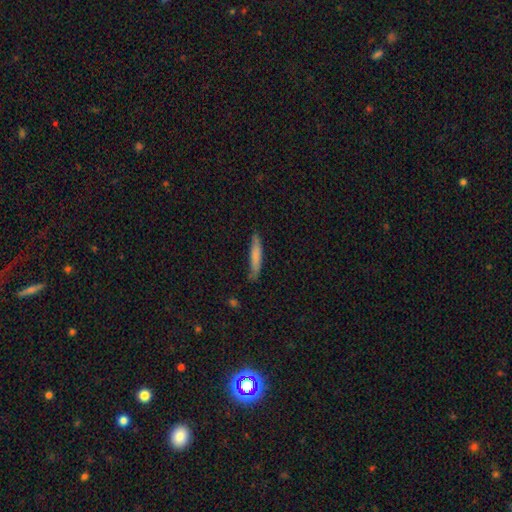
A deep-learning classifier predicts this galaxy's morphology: smooth-or-featured: smooth: 77% | featured or disk: 17% | star or artifact: 6%
  how-rounded: cigar-shaped: 89% | in between: 10% | round: 1%
  merging: none: 81% | minor disturbance: 15% | major disturbance: 2% | merger: 2%